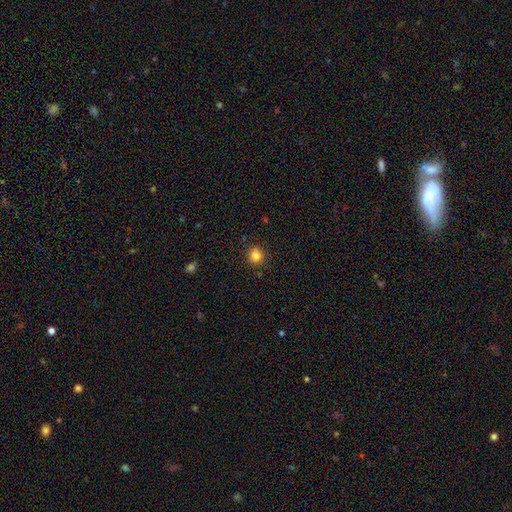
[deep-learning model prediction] smooth_or_featured: smooth (p=0.83) [alt: star or artifact p=0.12]
how_rounded: round (p=0.86) [alt: in between p=0.13]
merging: none (p=0.88) [alt: minor disturbance p=0.08]